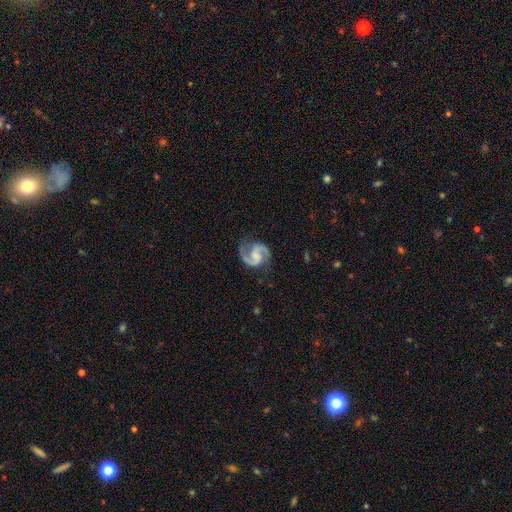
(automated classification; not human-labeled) smooth_or_featured: featured or disk (p=0.92) [alt: star or artifact p=0.04]
disk_edge_on: no (p=0.98) [alt: yes p=0.02]
bar: weak (p=0.48) [alt: no p=0.36]
has_spiral_arms: yes (p=0.98) [alt: no p=0.02]
spiral_winding: medium (p=0.62) [alt: loose p=0.23]
spiral_arm_count: 2 (p=0.94) [alt: can't tell p=0.01]
bulge_size: none (p=0.40) [alt: small p=0.28]
merging: none (p=0.79) [alt: minor disturbance p=0.14]